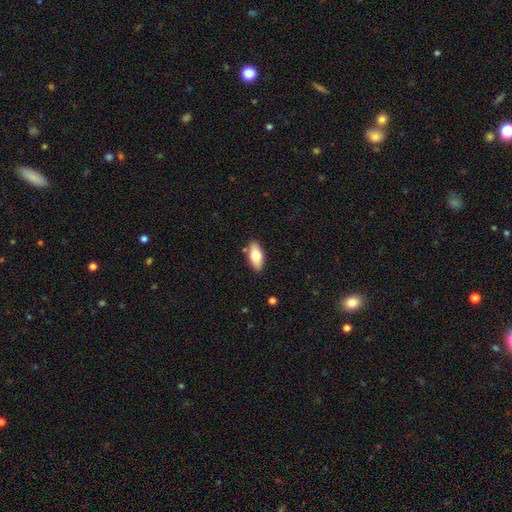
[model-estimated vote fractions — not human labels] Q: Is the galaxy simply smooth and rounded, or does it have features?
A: smooth — 73%.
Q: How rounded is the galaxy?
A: in between — 86%.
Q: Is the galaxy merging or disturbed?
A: none — 87%.